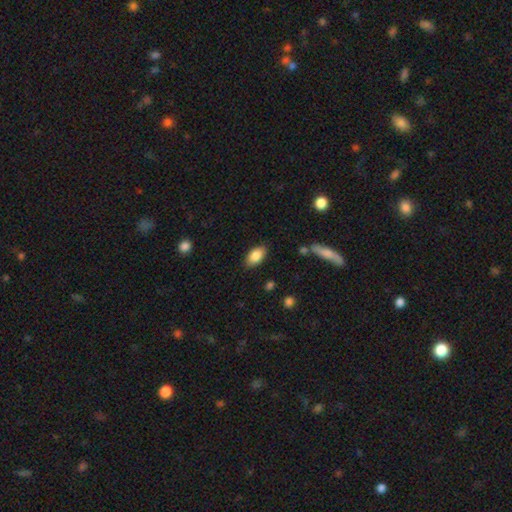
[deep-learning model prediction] This is clearly a smooth galaxy (86%). How rounded: clearly in between (93%). Merging: clearly none (85%).